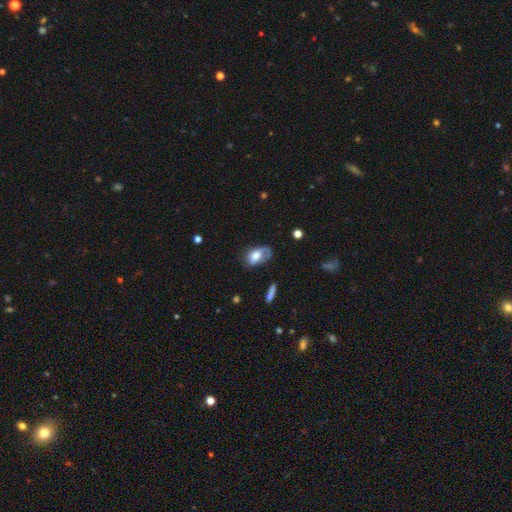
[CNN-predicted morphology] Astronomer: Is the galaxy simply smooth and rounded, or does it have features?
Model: smooth — 58% (runner-up: featured or disk, 35%).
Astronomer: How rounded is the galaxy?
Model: in between — 87%.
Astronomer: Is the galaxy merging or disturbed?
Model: none — 39% (runner-up: minor disturbance, 30%).